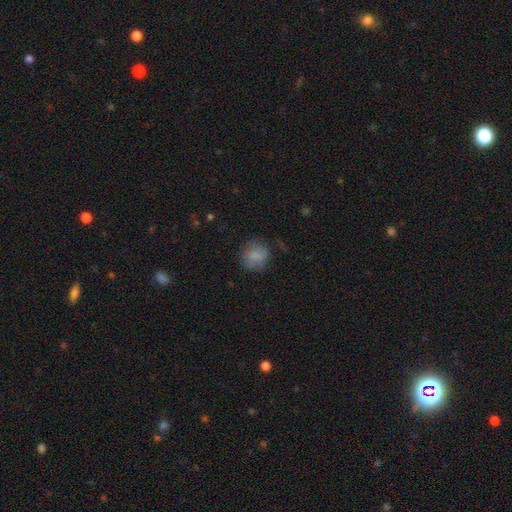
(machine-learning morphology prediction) smooth_or_featured: smooth (p=0.76) [alt: featured or disk p=0.14]
how_rounded: round (p=0.79) [alt: in between p=0.20]
merging: none (p=0.69) [alt: minor disturbance p=0.20]